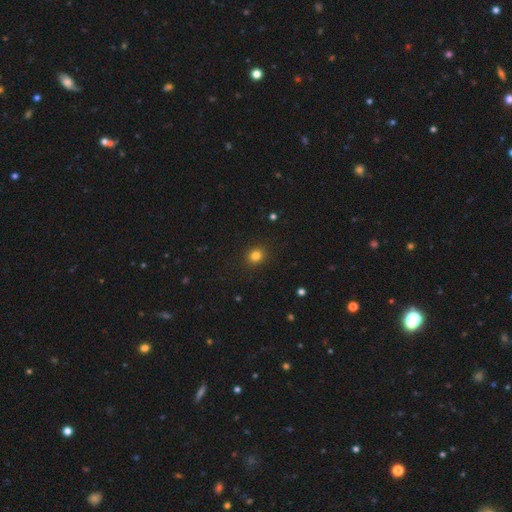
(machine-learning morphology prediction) Smooth or featured? smooth (81%)
How rounded? round (80%)
Merging? none (91%)